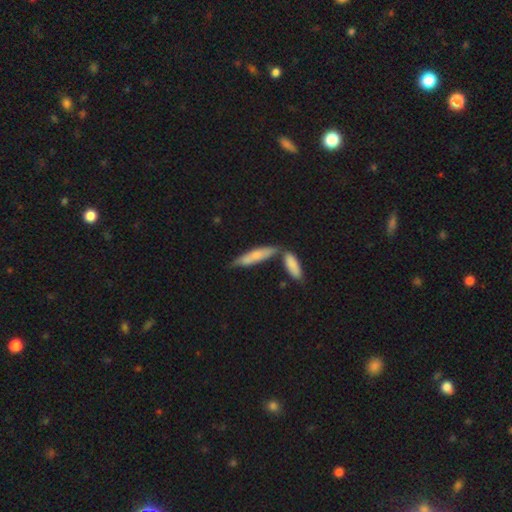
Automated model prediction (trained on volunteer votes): smooth-or-featured: smooth: 67% | featured or disk: 27% | star or artifact: 6%
  how-rounded: cigar-shaped: 74% | in between: 24% | round: 2%
  merging: none: 51% | merger: 28% | minor disturbance: 17% | major disturbance: 5%